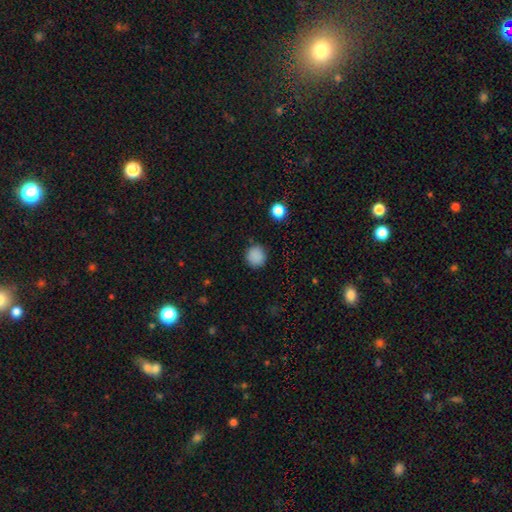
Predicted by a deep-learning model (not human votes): The model was most divided on "smooth or featured": smooth: 87%, star or artifact: 10%, featured or disk: 3%. More confident: how rounded — round (92%); merging — none (88%).